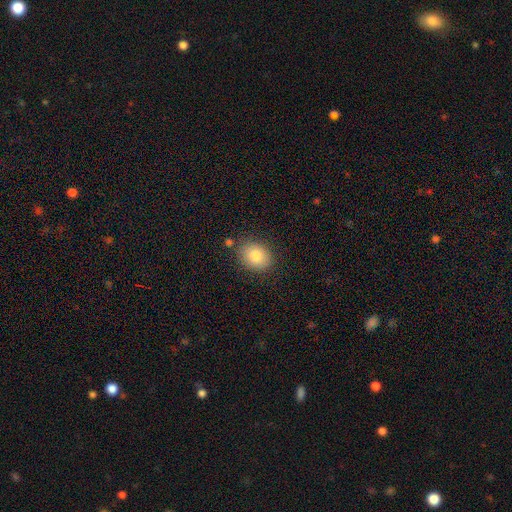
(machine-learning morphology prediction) smooth-or-featured: smooth: 83% | star or artifact: 8% | featured or disk: 8%
  how-rounded: in between: 52% | round: 47% | cigar-shaped: 1%
  merging: none: 82% | minor disturbance: 12% | merger: 3% | major disturbance: 3%